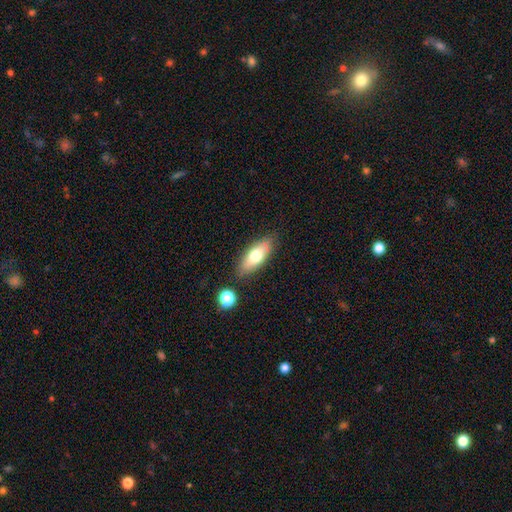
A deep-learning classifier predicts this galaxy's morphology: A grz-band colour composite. It shows a smooth galaxy with no disk features (68%) that is in between round and cigar-shaped (72%). Merging: none (78%).